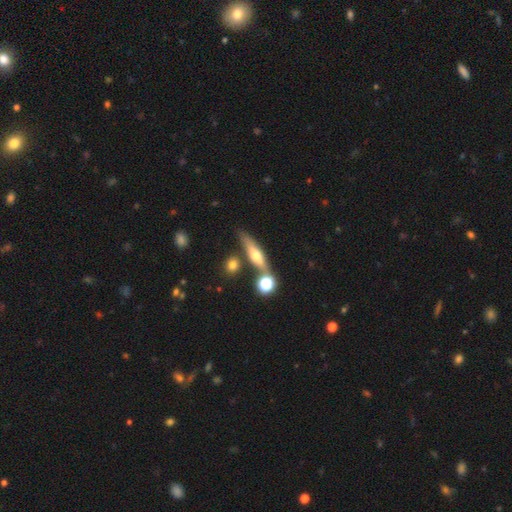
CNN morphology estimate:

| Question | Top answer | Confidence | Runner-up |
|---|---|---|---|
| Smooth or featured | featured or disk | 52% | smooth (39%) |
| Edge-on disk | yes | 85% | no (15%) |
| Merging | none | 69% | merger (15%) |